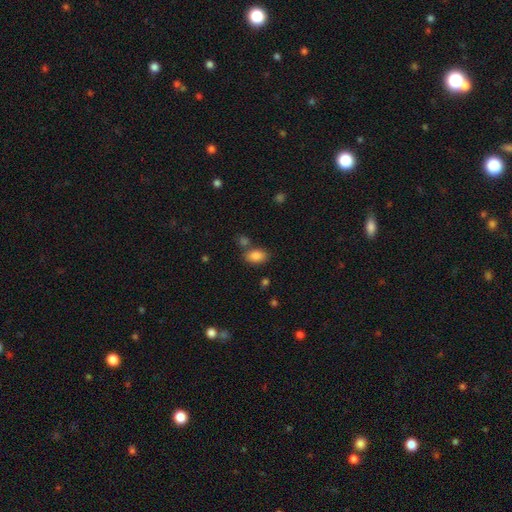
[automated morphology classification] Smooth or featured: smooth — 86% (star or artifact — 9%)
How rounded: in between — 90% (round — 9%)
Merging: none — 68% (merger — 14%)